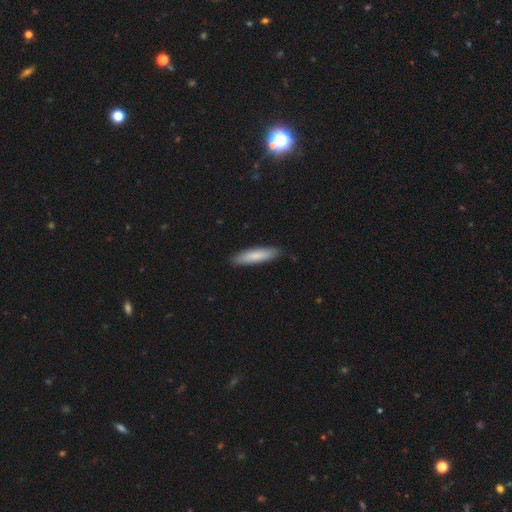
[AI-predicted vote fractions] A smooth galaxy with no disk features (82%) that is cigar-shaped (76%).

Vote fractions:
- Smooth or featured? smooth: 82% / featured or disk: 13% / star or artifact: 5%
- How rounded? cigar-shaped: 76% / in between: 23% / round: 1%
- Merging? none: 88% / minor disturbance: 9% / major disturbance: 2% / merger: 1%